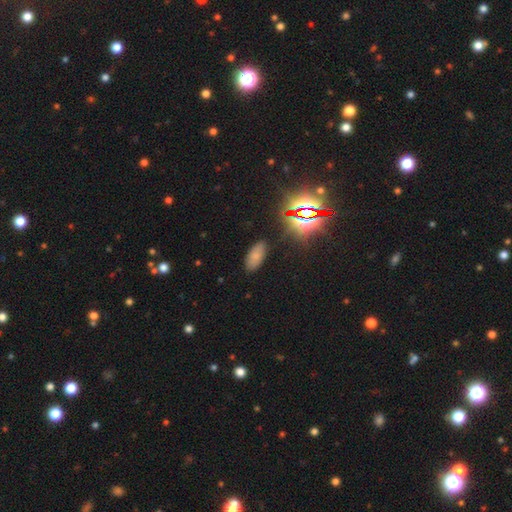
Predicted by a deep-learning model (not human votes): This is likely a smooth galaxy (73%). How rounded: clearly in between (90%). Merging: clearly none (85%).